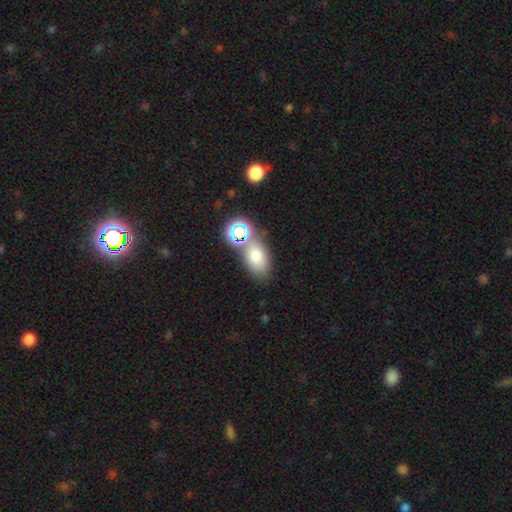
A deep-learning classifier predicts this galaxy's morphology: Smooth or featured?
  - smooth: 69% *
  - star or artifact: 18%
  - featured or disk: 13%
How rounded?
  - in between: 78% *
  - round: 20%
  - cigar-shaped: 2%
Merging?
  - none: 61% *
  - merger: 21%
  - minor disturbance: 13%
  - major disturbance: 5%